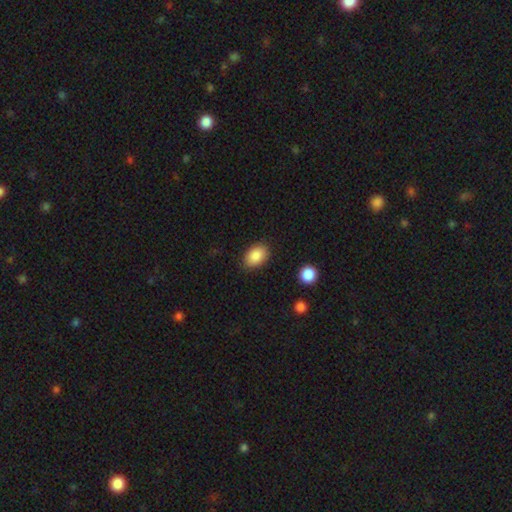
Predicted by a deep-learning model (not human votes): A smooth galaxy with no disk features (88%) that is in between round and cigar-shaped (86%). Merging: none (85%).